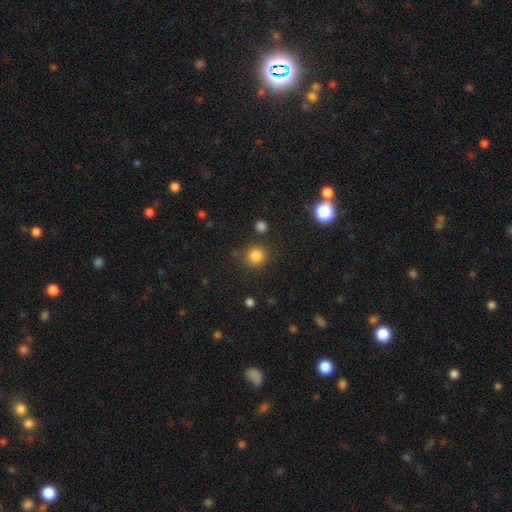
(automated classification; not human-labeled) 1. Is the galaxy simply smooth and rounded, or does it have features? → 82% smooth, 13% star or artifact, 5% featured or disk.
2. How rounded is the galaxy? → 92% round, 7% in between, 1% cigar-shaped.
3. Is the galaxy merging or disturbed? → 82% none, 9% minor disturbance, 5% merger, 4% major disturbance.